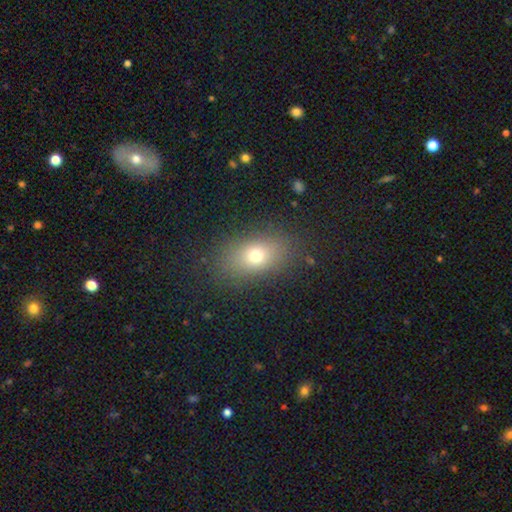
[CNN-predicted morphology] Q: Smooth or featured?
A: smooth (71%); runner-up: featured or disk (15%)
Q: How rounded?
A: in between (75%); runner-up: round (21%)
Q: Merging?
A: none (83%); runner-up: minor disturbance (10%)